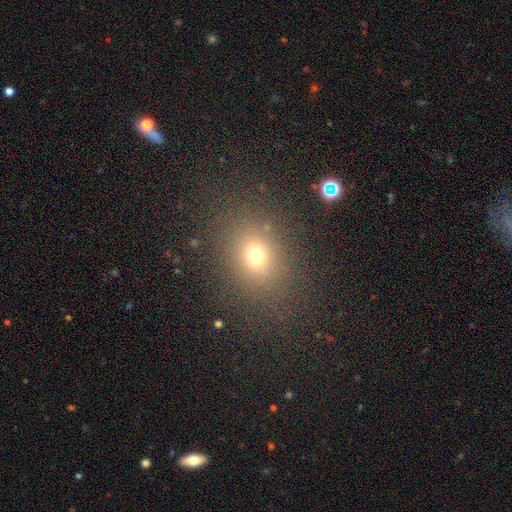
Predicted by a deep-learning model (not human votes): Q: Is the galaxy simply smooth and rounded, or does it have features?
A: smooth — 70%.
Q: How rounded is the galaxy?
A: in between — 53%.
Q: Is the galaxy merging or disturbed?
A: none — 82%.